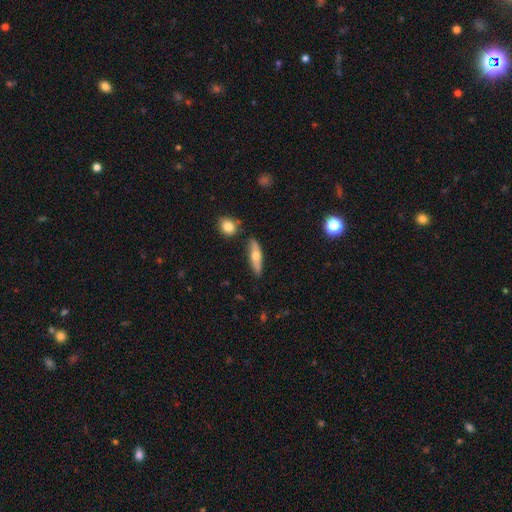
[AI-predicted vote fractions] Smooth or featured?
  - smooth: 54% *
  - featured or disk: 40%
  - star or artifact: 6%
How rounded?
  - cigar-shaped: 62% *
  - in between: 35%
  - round: 3%
Merging?
  - none: 81% *
  - minor disturbance: 12%
  - merger: 4%
  - major disturbance: 2%